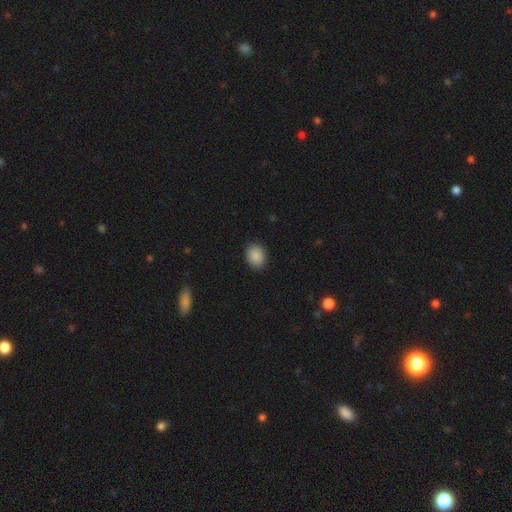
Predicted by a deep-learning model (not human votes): Overall: smooth (89%). How rounded: in between (57%; round 42%). Merging: none (88%).